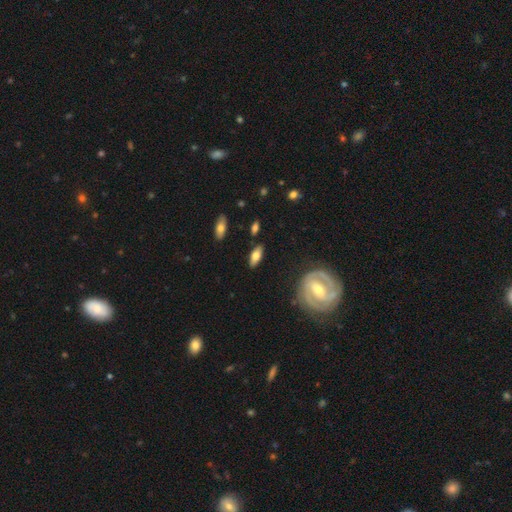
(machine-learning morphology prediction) smooth-or-featured: smooth: 60% | featured or disk: 33% | star or artifact: 7%
  how-rounded: in between: 77% | cigar-shaped: 20% | round: 4%
  merging: none: 83% | minor disturbance: 12% | major disturbance: 3% | merger: 2%